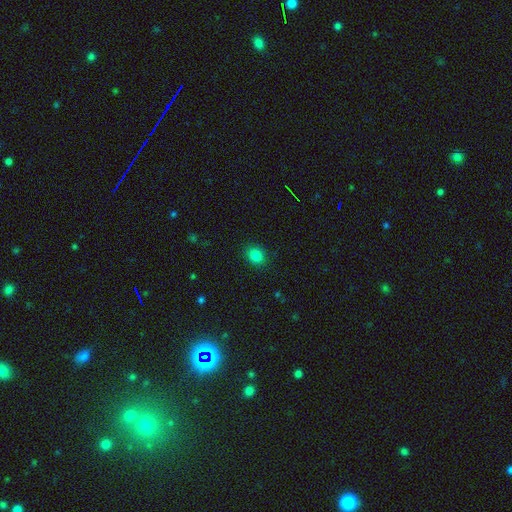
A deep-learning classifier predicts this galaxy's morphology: Overall: smooth (82%). How rounded: round (57%; in between 42%). Merging: none (89%).